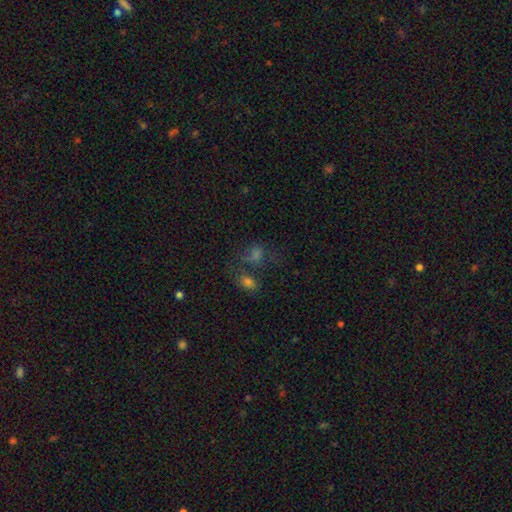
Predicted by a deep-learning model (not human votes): The model was most divided on "merging": none: 41%, merger: 33%, minor disturbance: 14%, major disturbance: 12%. More confident: how rounded — in between (64%); smooth or featured — smooth (51%).